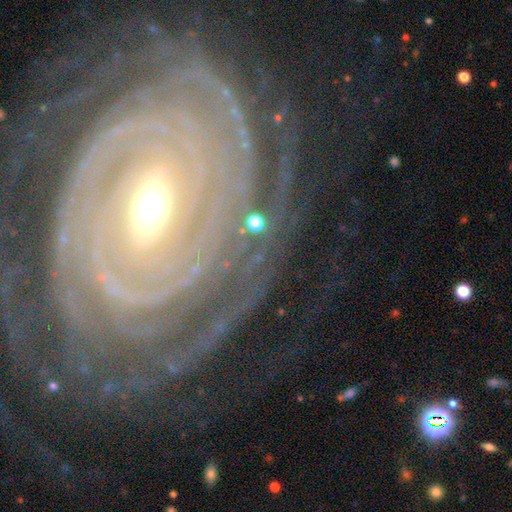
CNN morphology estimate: A featured or disk galaxy (90%) with a strong bar (34%, tied with weak), more than 4 (24%) tight (87%) spiral arms (97%) and a moderate central bulge (64%). Merging: none (78%).